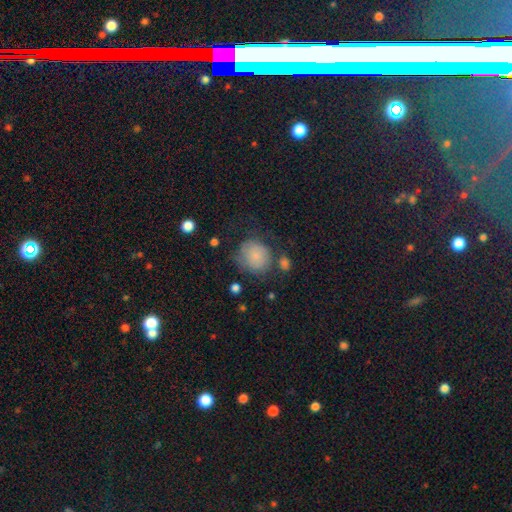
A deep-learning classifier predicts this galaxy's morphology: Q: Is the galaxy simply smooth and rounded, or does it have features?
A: smooth — 78%.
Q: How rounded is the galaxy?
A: round — 82%.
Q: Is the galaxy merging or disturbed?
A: none — 58%.